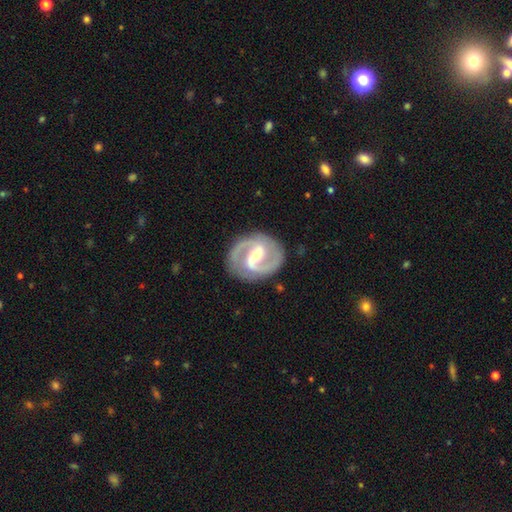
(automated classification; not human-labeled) A featured or disk galaxy (91%) with a strong bar (50%), 2 (93%) medium (56%) spiral arms (97%) and a moderate central bulge (49%). Merging: none (85%).